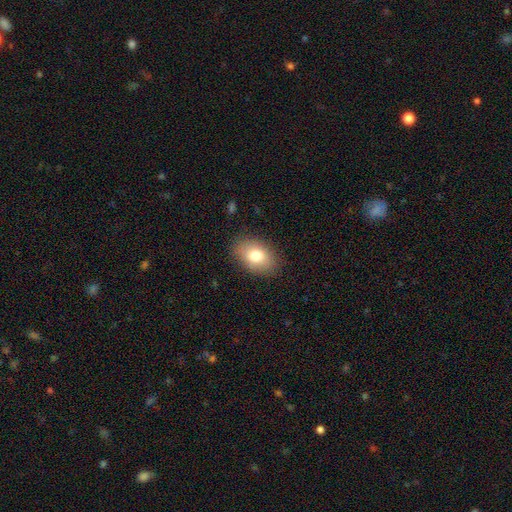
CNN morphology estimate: A smooth galaxy with no disk features (79%) that is in between round and cigar-shaped (86%).

Vote fractions:
- Smooth or featured? smooth: 79% / featured or disk: 13% / star or artifact: 8%
- How rounded? in between: 86% / round: 13% / cigar-shaped: 1%
- Merging? none: 86% / minor disturbance: 11% / major disturbance: 3% / merger: 1%